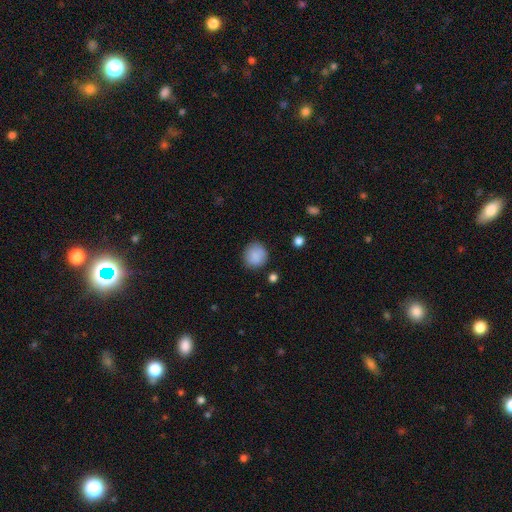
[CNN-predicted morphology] smooth_or_featured: smooth (p=0.87) [alt: star or artifact p=0.08]
how_rounded: round (p=0.89) [alt: in between p=0.10]
merging: none (p=0.83) [alt: minor disturbance p=0.12]